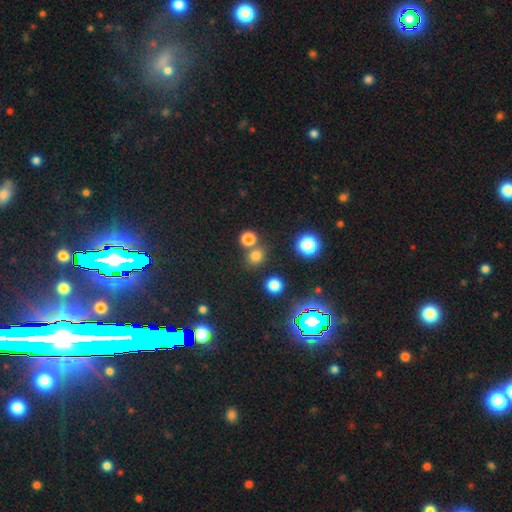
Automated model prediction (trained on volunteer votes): A smooth galaxy with no disk features (71%) that is round (82%).

Vote fractions:
- Smooth or featured? smooth: 71% / star or artifact: 23% / featured or disk: 6%
- How rounded? round: 82% / in between: 17% / cigar-shaped: 1%
- Merging? none: 69% / merger: 19% / minor disturbance: 8% / major disturbance: 3%